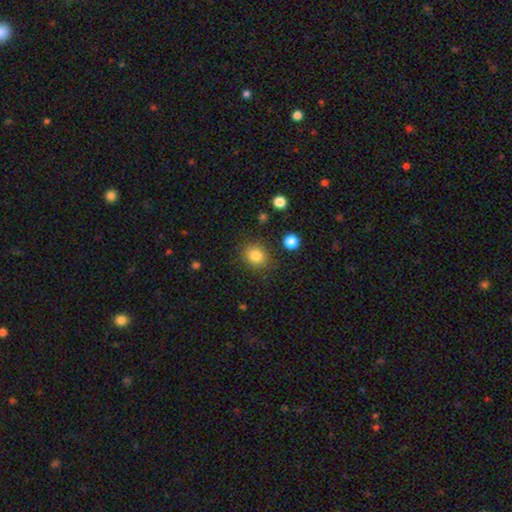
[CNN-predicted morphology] Overall: smooth (84%). How rounded: round (74%). Merging: none (82%).